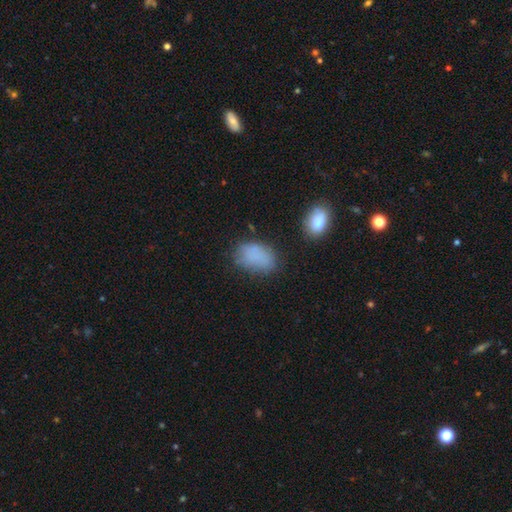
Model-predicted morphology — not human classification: smooth_or_featured: smooth (p=0.79) [alt: featured or disk p=0.11]
how_rounded: in between (p=0.89) [alt: round p=0.09]
merging: none (p=0.59) [alt: minor disturbance p=0.26]